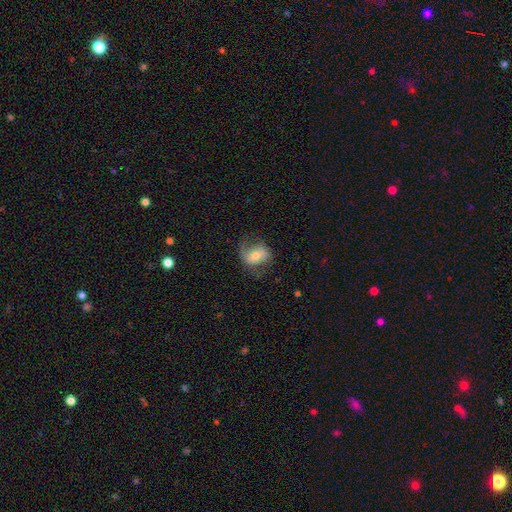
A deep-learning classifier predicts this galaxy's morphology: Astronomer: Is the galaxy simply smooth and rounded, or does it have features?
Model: featured or disk — 55% (runner-up: smooth, 37%).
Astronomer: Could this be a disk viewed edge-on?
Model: no — 96%.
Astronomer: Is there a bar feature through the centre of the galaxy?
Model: no — 39% (runner-up: weak, 36%).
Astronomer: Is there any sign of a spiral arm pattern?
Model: yes — 82%.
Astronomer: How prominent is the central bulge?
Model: moderate — 53% (runner-up: small, 36%).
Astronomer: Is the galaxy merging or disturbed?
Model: none — 61%.